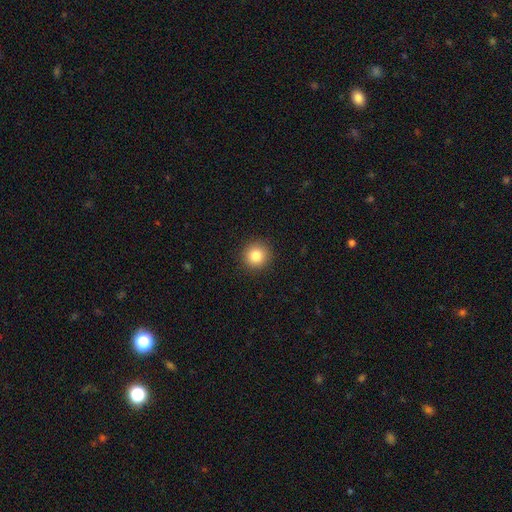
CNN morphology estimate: Smooth or featured?
  - smooth: 83% *
  - star or artifact: 11%
  - featured or disk: 6%
How rounded?
  - round: 94% *
  - in between: 5%
  - cigar-shaped: 1%
Merging?
  - none: 92% *
  - minor disturbance: 6%
  - major disturbance: 2%
  - merger: 1%